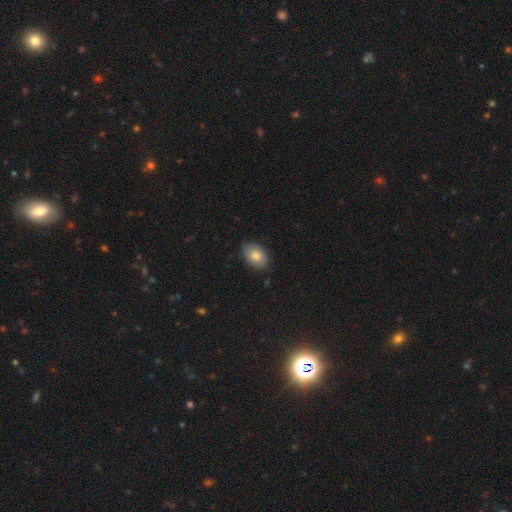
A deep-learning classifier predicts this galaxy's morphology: type=smooth (83%); roundness=in between (82%); merging=none (81%).